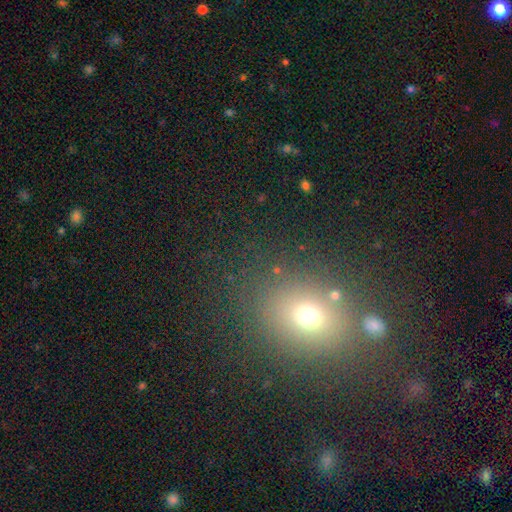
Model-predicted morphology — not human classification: Smooth or featured: smooth — 59% (star or artifact — 30%)
How rounded: round — 55% (in between — 43%)
Merging: none — 77% (minor disturbance — 10%)